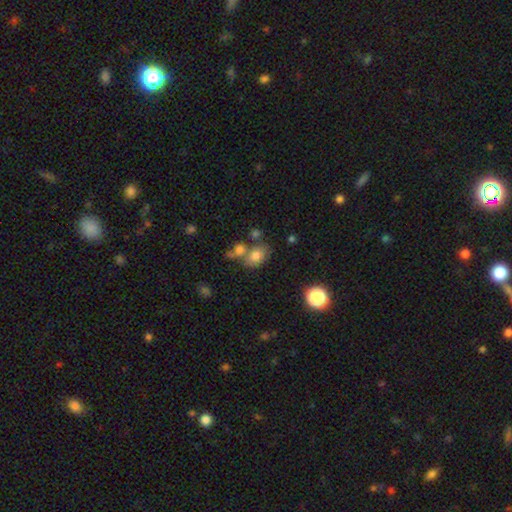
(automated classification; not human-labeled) Smooth or featured? smooth (76%)
How rounded? in between (64%)
Merging? none (48%)